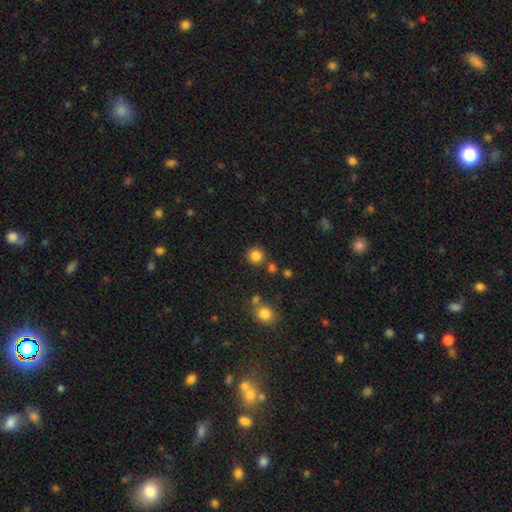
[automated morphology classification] Smooth or featured: smooth — 84% (star or artifact — 12%)
How rounded: round — 93% (in between — 6%)
Merging: none — 83% (minor disturbance — 8%)